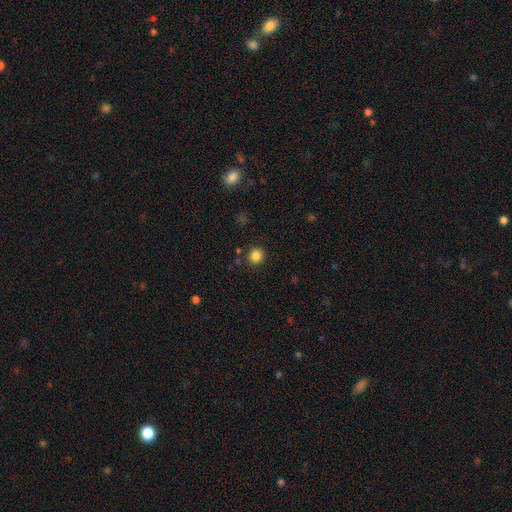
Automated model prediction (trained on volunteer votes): smooth 84%, star or artifact 12%, featured or disk 4%. Down the decision tree: how rounded — round (93%); merging — none (89%).